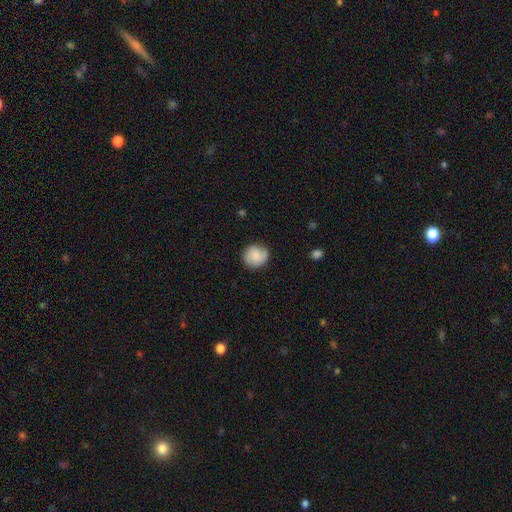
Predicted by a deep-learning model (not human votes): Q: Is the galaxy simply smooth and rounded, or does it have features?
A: smooth — 75%.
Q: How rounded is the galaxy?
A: round — 87%.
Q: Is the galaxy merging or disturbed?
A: none — 80%.